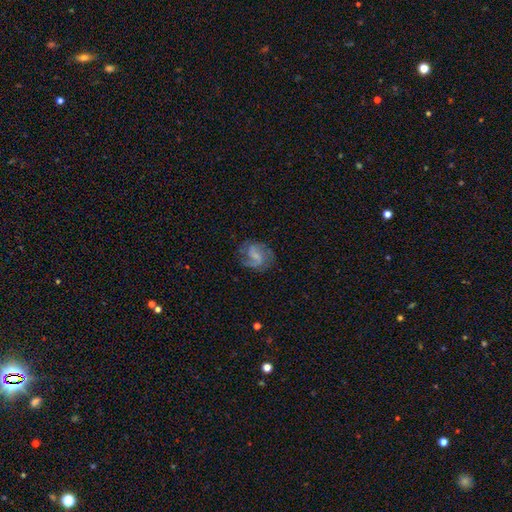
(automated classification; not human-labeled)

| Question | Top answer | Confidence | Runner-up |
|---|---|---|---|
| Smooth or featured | featured or disk | 70% | smooth (23%) |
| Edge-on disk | no | 98% | yes (2%) |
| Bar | weak | 53% | no (25%) |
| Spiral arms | yes | 89% | no (11%) |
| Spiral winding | medium | 47% | loose (34%) |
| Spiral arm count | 2 | 69% | can't tell (13%) |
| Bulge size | small | 43% | none (31%) |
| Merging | none | 64% | minor disturbance (20%) |